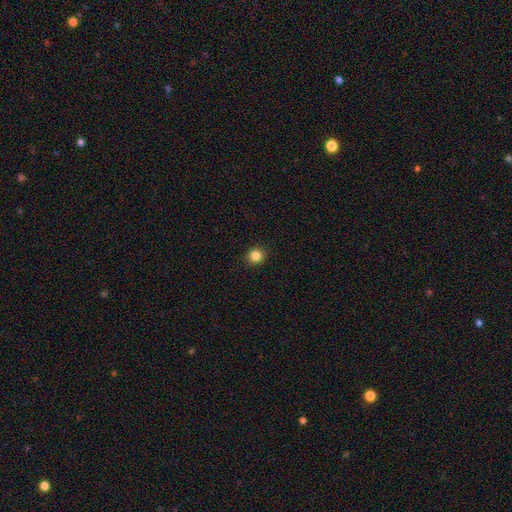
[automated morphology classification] smooth 84%, star or artifact 12%, featured or disk 4%. Down the decision tree: how rounded — round (90%); merging — none (93%).